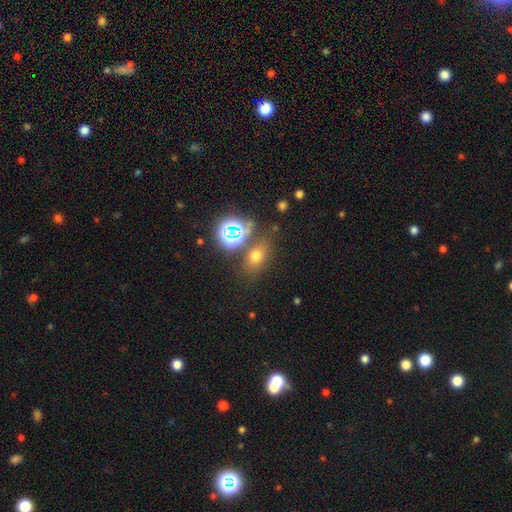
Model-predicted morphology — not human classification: A smooth galaxy with no disk features (59%) that is in between round and cigar-shaped (65%). Merging: none (72%).